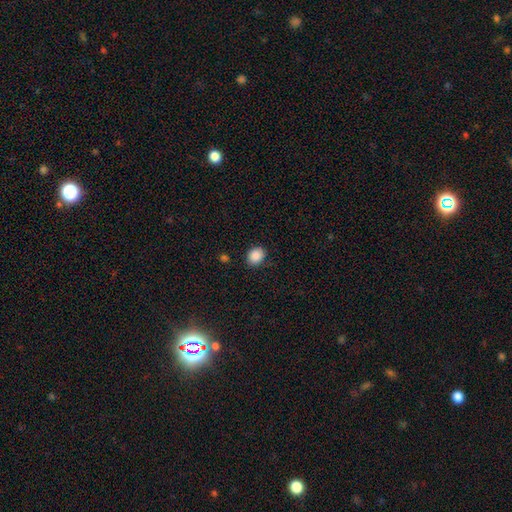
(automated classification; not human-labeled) A smooth galaxy with no disk features (88%) that is round (61%). Merging: none (85%).